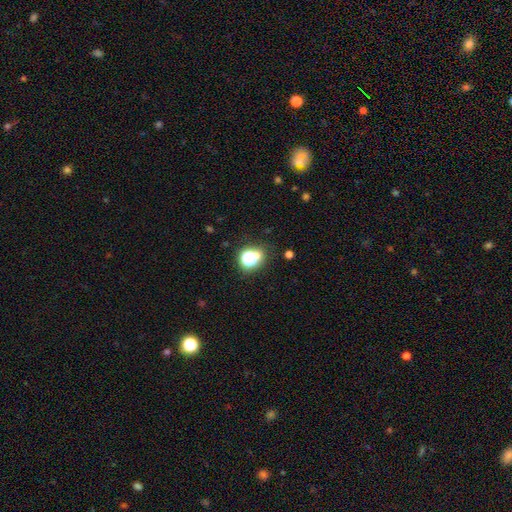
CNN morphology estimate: Smooth or featured? smooth (49%)
Merging? none (70%)